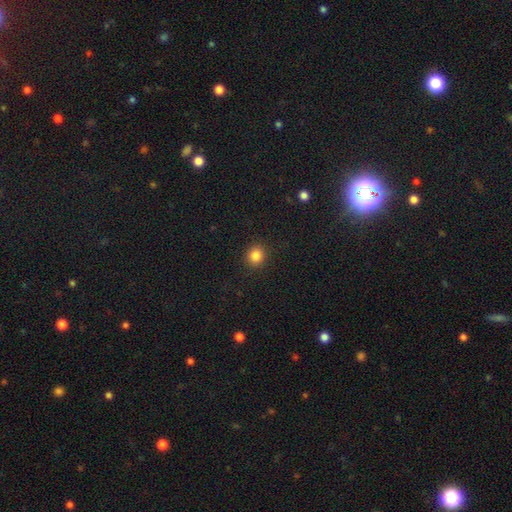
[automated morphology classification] Smooth or featured?
  - smooth: 85% *
  - star or artifact: 11%
  - featured or disk: 4%
How rounded?
  - round: 85% *
  - in between: 14%
  - cigar-shaped: 1%
Merging?
  - none: 91% *
  - minor disturbance: 6%
  - major disturbance: 2%
  - merger: 1%